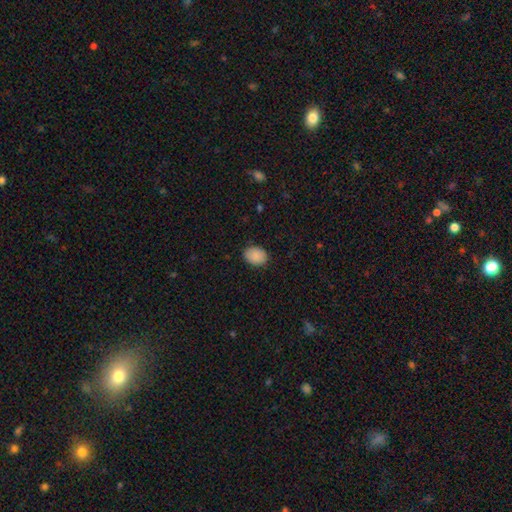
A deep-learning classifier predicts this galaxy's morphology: Q: Smooth or featured?
A: smooth (90%); runner-up: star or artifact (7%)
Q: How rounded?
A: in between (70%); runner-up: round (29%)
Q: Merging?
A: none (87%); runner-up: minor disturbance (10%)